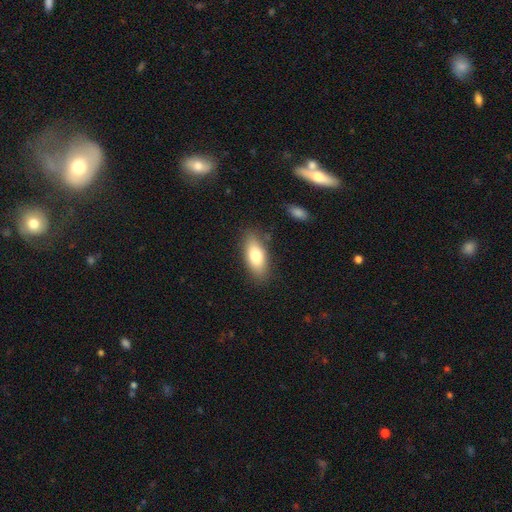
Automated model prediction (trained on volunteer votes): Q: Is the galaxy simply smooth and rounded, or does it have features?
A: smooth — 76%.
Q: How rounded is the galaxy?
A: in between — 80%.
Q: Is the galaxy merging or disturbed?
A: none — 82%.